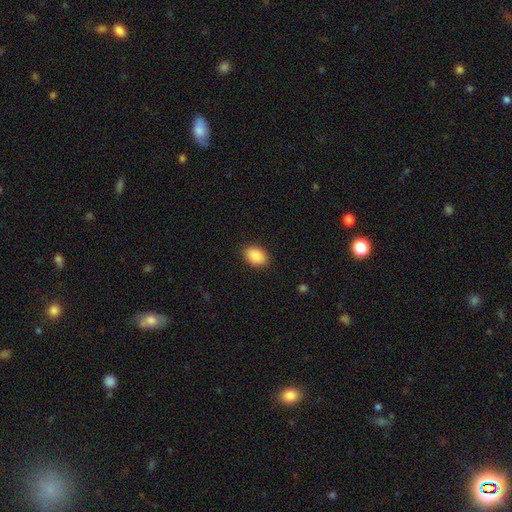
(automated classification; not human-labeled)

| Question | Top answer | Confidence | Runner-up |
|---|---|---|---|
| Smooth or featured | smooth | 89% | star or artifact (7%) |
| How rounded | in between | 84% | round (15%) |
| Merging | none | 88% | minor disturbance (9%) |